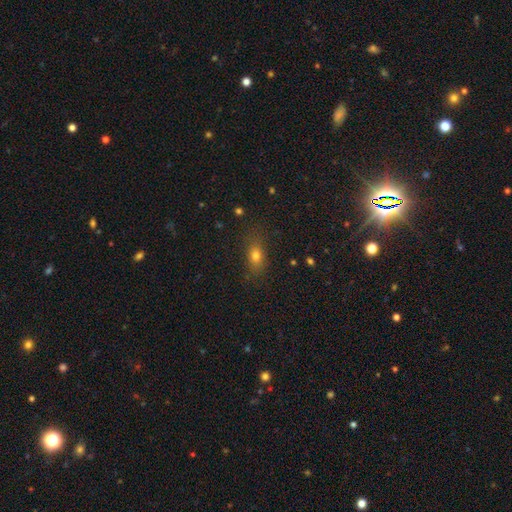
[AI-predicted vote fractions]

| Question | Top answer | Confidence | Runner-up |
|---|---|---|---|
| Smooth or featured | smooth | 73% | star or artifact (16%) |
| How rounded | in between | 70% | round (18%) |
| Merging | none | 80% | minor disturbance (14%) |